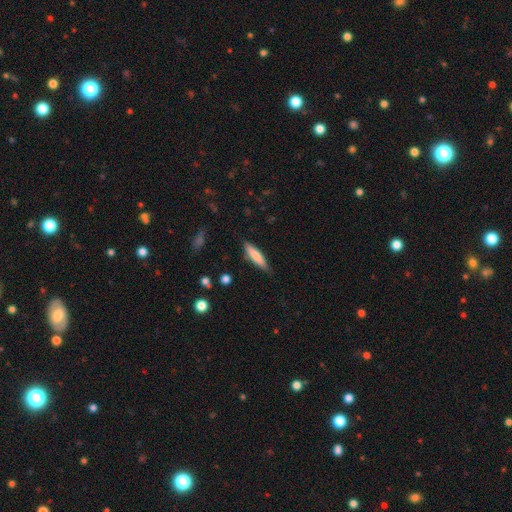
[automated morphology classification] smooth 76%, featured or disk 18%, star or artifact 6%. Down the decision tree: how rounded — cigar-shaped (73%); merging — none (81%).